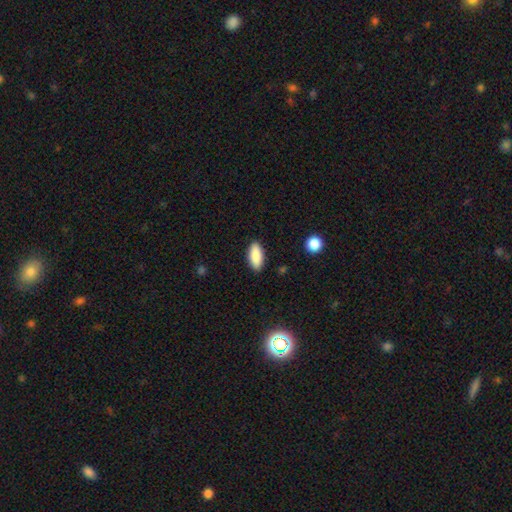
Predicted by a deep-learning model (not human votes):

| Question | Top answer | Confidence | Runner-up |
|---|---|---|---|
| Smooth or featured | smooth | 88% | star or artifact (6%) |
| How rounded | in between | 84% | cigar-shaped (14%) |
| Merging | none | 89% | minor disturbance (8%) |